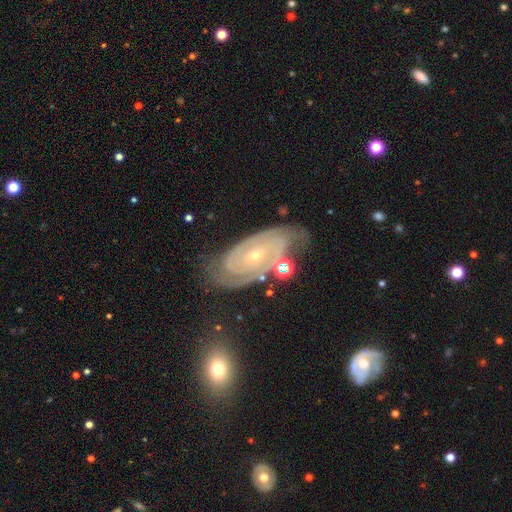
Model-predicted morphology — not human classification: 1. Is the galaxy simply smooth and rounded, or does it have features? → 87% featured or disk, 7% smooth, 6% star or artifact.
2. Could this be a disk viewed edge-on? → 95% no, 5% yes.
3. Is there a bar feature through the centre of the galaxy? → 64% no, 27% weak, 9% strong.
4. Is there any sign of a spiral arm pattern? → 96% yes, 4% no.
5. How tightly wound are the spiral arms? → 76% tight, 20% medium, 4% loose.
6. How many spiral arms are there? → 49% 2, 24% can't tell, 14% 3, 5% 4, 4% 1, 4% more than 4.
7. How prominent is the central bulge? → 74% small, 23% moderate, 1% none, 1% large, 1% dominant.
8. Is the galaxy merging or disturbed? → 67% none, 20% minor disturbance, 7% major disturbance, 6% merger.